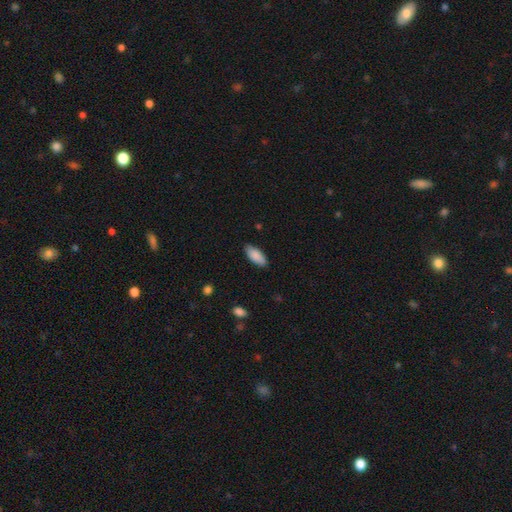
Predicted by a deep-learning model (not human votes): This appears to be a smooth galaxy with no disk features (88%) that is in between round and cigar-shaped (86%). Merging: none (85%).